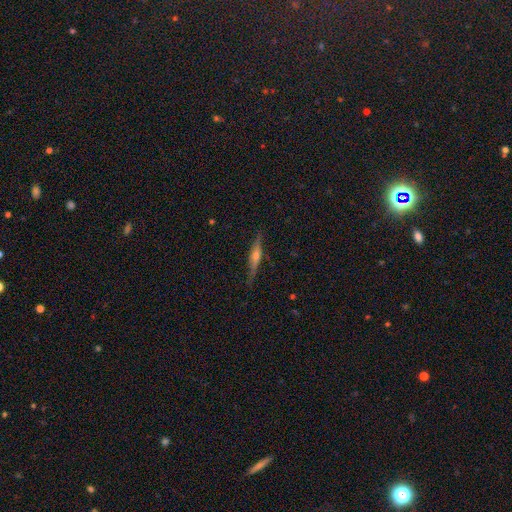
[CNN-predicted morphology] Smooth or featured? featured or disk (73%)
Edge-on disk? yes (97%)
Edge-on bulge? rounded (82%)
Merging? none (86%)